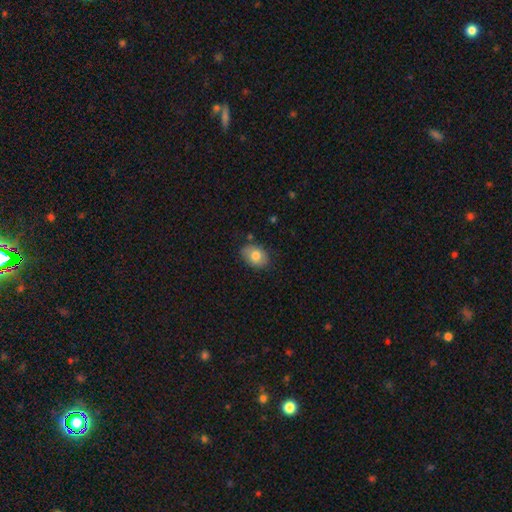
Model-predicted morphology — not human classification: Smooth or featured? Predicted: smooth (p=0.79). How rounded? Predicted: in between (p=0.76). Merging? Predicted: none (p=0.80).